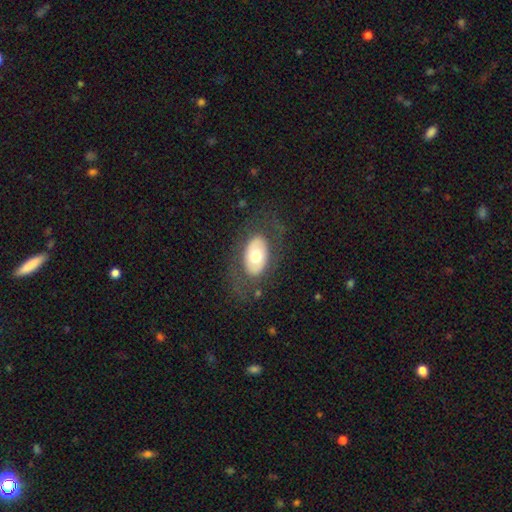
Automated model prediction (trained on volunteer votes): Smooth or featured: smooth — 51% (featured or disk — 43%)
How rounded: in between — 89% (round — 9%)
Merging: none — 73% (minor disturbance — 14%)